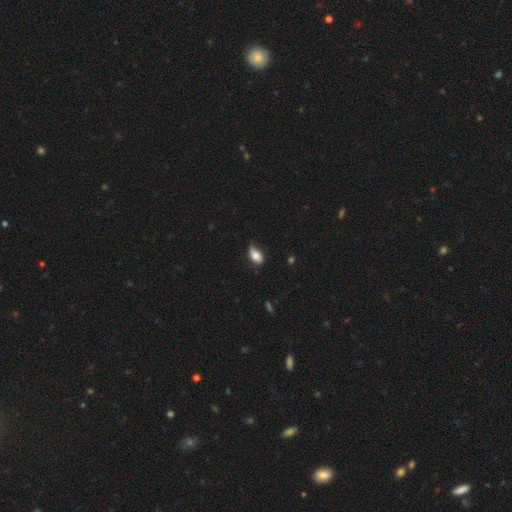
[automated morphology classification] smooth_or_featured: smooth (p=0.71) [alt: featured or disk p=0.22]
how_rounded: in between (p=0.89) [alt: round p=0.07]
merging: none (p=0.51) [alt: minor disturbance p=0.37]